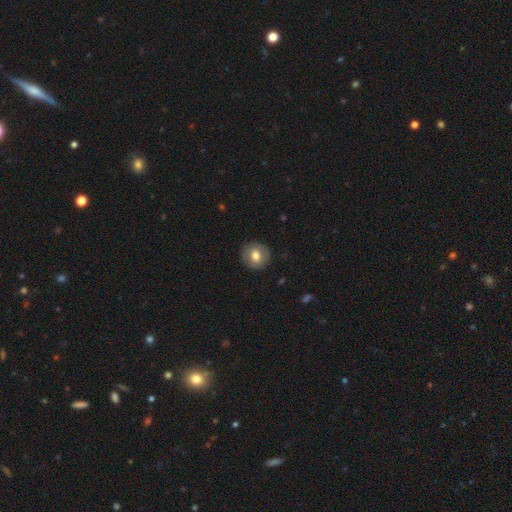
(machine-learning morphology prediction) Smooth or featured? Predicted: smooth (p=0.64). How rounded? Predicted: round (p=0.87). Merging? Predicted: none (p=0.87).